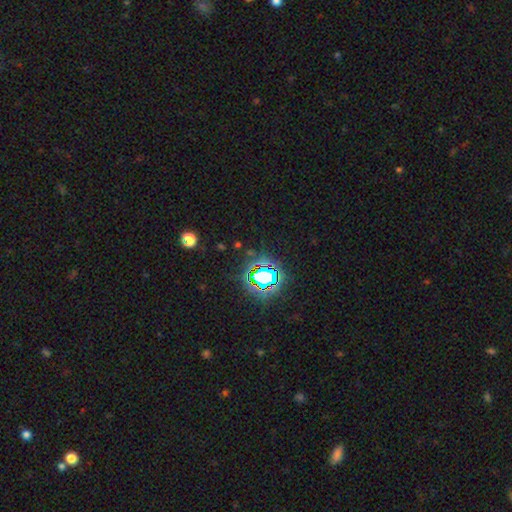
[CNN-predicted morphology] A star or artifact, not a galaxy (79%).